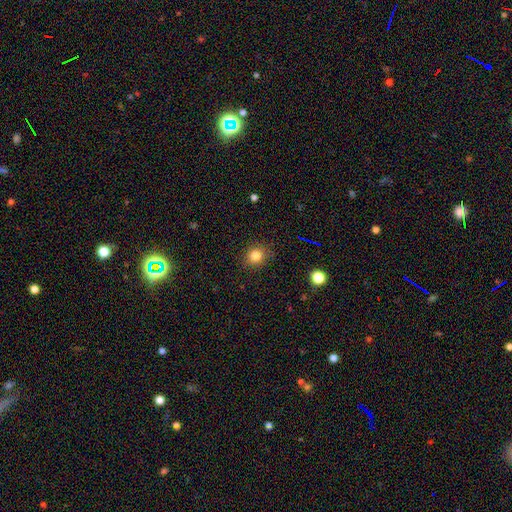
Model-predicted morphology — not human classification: Overall: smooth (82%). How rounded: round (79%). Merging: none (88%).